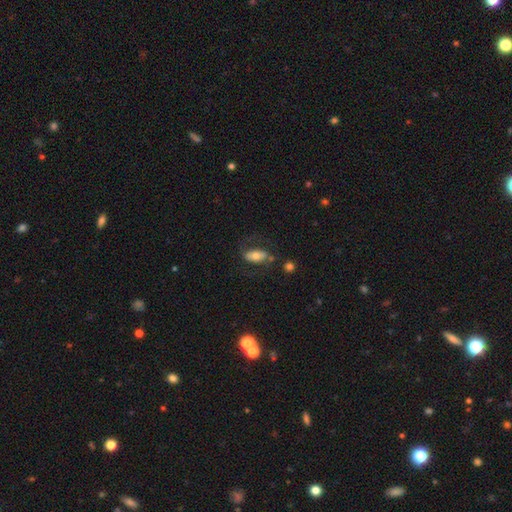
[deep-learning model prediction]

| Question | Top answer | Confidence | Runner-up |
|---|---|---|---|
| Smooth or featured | smooth | 57% | featured or disk (35%) |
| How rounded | in between | 86% | cigar-shaped (9%) |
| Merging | none | 58% | minor disturbance (19%) |